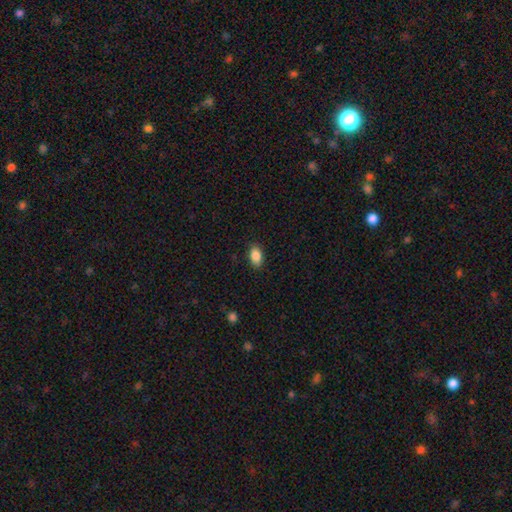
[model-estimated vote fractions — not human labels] Smooth or featured?
  - smooth: 87% *
  - star or artifact: 8%
  - featured or disk: 5%
How rounded?
  - in between: 91% *
  - round: 7%
  - cigar-shaped: 2%
Merging?
  - none: 87% *
  - minor disturbance: 10%
  - major disturbance: 2%
  - merger: 1%